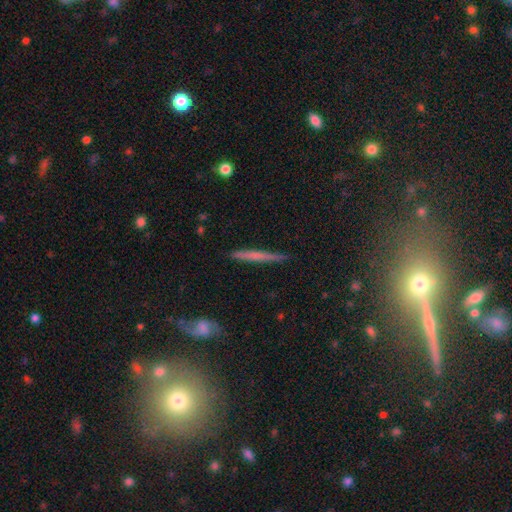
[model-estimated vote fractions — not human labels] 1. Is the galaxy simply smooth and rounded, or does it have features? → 49% smooth, 44% featured or disk, 7% star or artifact.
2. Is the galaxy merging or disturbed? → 88% none, 9% minor disturbance, 2% major disturbance, 2% merger.